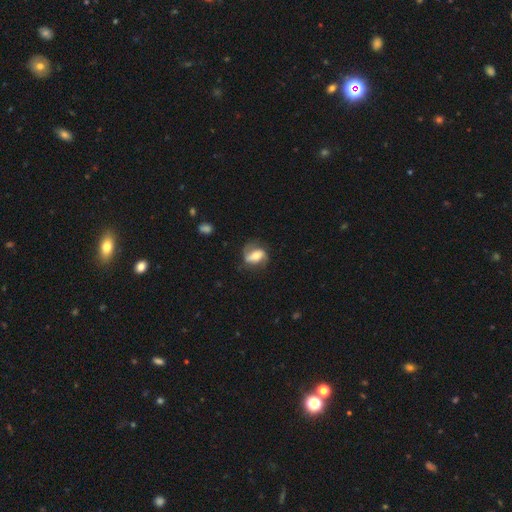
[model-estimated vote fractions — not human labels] This appears to be a featured or disk galaxy (64%) with a strong bar (41%), 2 (78%) loose (39%, tied with medium) spiral arms (83%) and a moderate central bulge (60%). Merging: none (65%).